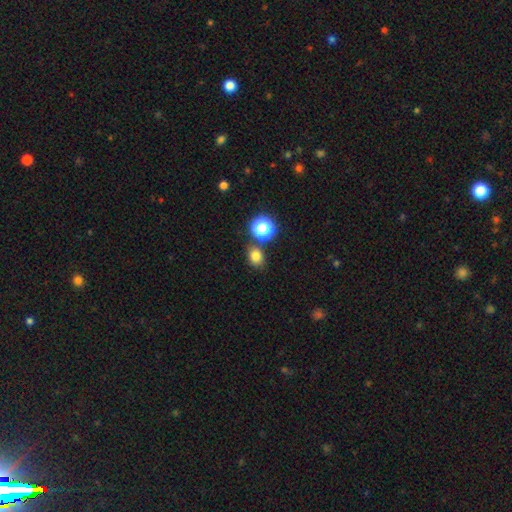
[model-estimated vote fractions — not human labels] This appears to be a smooth galaxy with no disk features (76%) that is round (64%). Merging: none (75%).